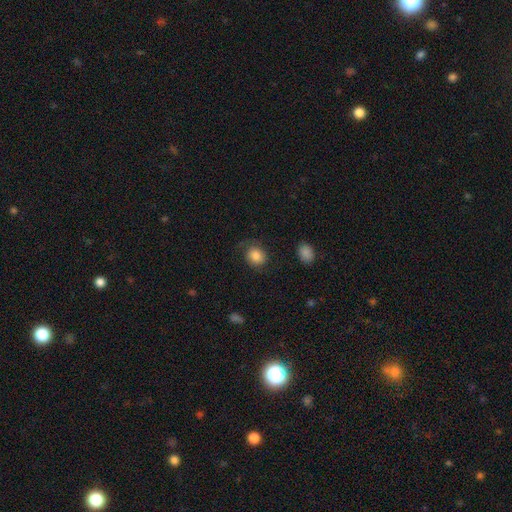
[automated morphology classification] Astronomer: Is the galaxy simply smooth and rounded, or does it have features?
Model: smooth — 82%.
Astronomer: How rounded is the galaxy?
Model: round — 68%.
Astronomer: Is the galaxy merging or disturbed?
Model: none — 69%.